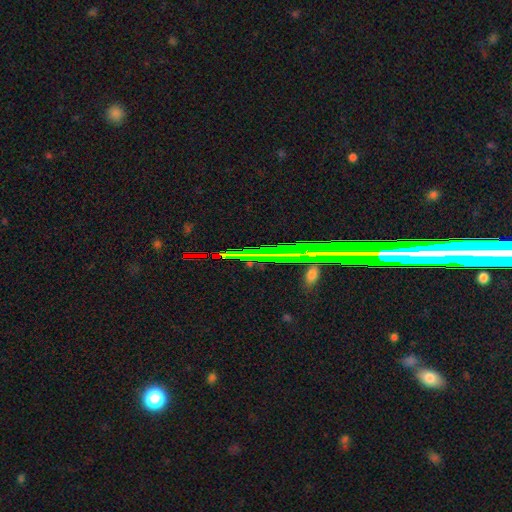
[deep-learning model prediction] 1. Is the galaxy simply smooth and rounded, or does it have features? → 75% star or artifact, 14% featured or disk, 11% smooth.